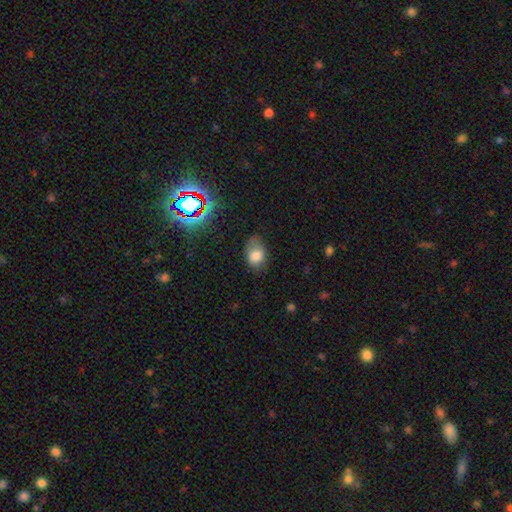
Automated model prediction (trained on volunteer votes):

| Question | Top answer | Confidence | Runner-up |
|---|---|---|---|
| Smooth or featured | smooth | 77% | star or artifact (12%) |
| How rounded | in between | 76% | round (23%) |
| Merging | none | 54% | minor disturbance (32%) |